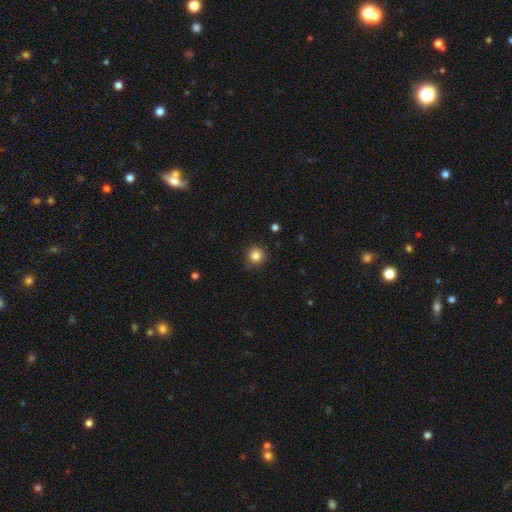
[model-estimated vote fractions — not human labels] A smooth galaxy with no disk features (84%) that is round (94%). Merging: none (88%).